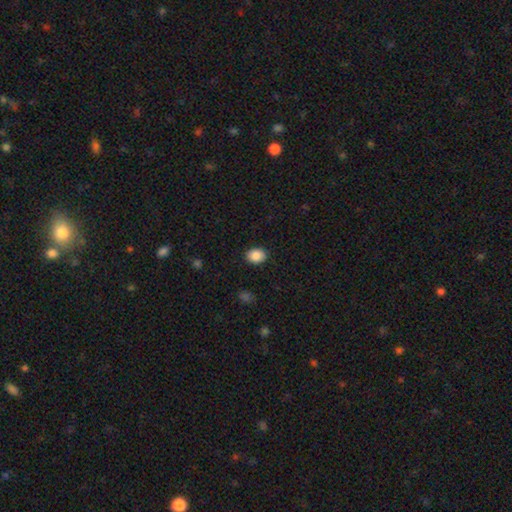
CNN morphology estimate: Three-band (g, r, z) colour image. It shows a smooth galaxy with no disk features (88%) that is in between round and cigar-shaped (56%). Merging: none (88%).